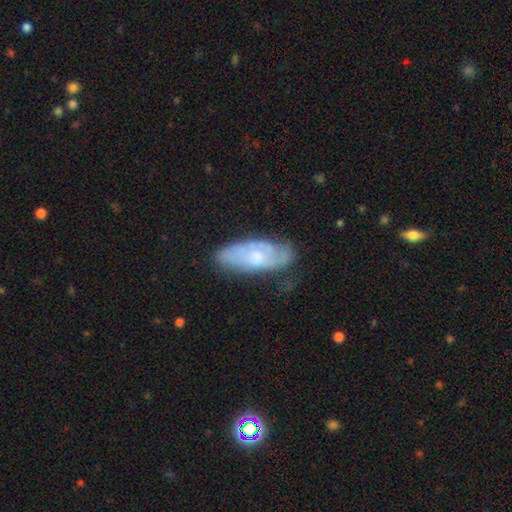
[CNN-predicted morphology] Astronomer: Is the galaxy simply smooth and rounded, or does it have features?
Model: featured or disk — 57% (runner-up: smooth, 36%).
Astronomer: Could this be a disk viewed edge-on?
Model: no — 86%.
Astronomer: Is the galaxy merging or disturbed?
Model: none — 65%.